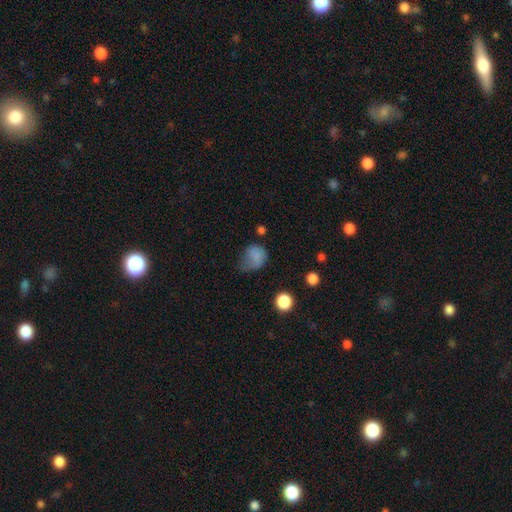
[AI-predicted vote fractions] Morphology: type=smooth (76%); roundness=round (54%); merging=minor disturbance (36%).